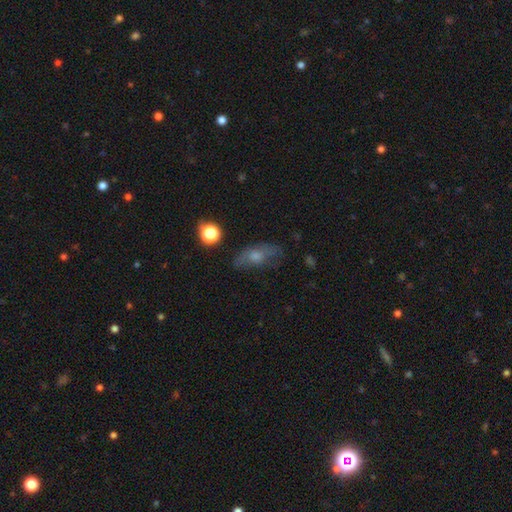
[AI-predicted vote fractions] Smooth or featured? smooth (44%)
Merging? none (69%)